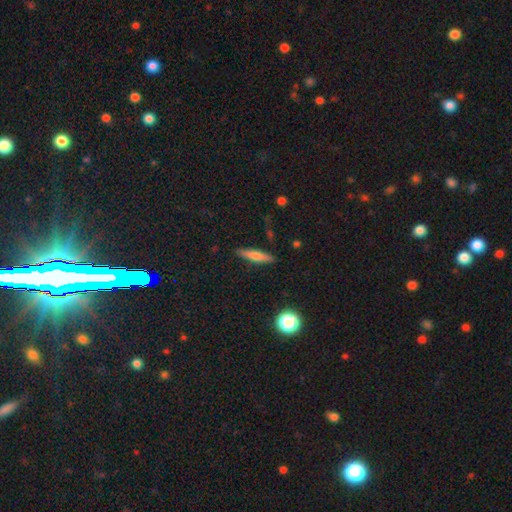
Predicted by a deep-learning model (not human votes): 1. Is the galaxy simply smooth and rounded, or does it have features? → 57% smooth, 36% featured or disk, 8% star or artifact.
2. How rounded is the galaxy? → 82% cigar-shaped, 15% in between, 3% round.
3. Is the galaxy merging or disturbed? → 89% none, 8% minor disturbance, 2% major disturbance, 1% merger.